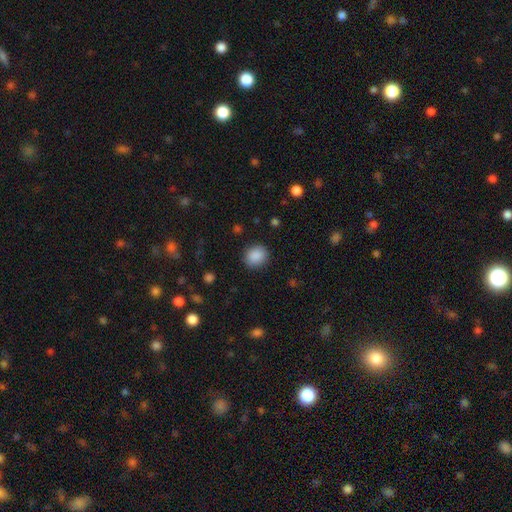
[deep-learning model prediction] smooth-or-featured: smooth: 88% | star or artifact: 8% | featured or disk: 3%
  how-rounded: round: 68% | in between: 31% | cigar-shaped: 1%
  merging: none: 88% | minor disturbance: 8% | major disturbance: 3% | merger: 1%